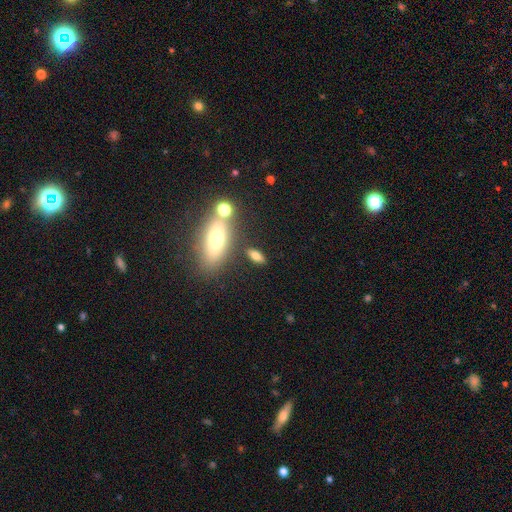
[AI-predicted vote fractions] Smooth or featured? smooth (72%)
How rounded? in between (66%)
Merging? none (77%)